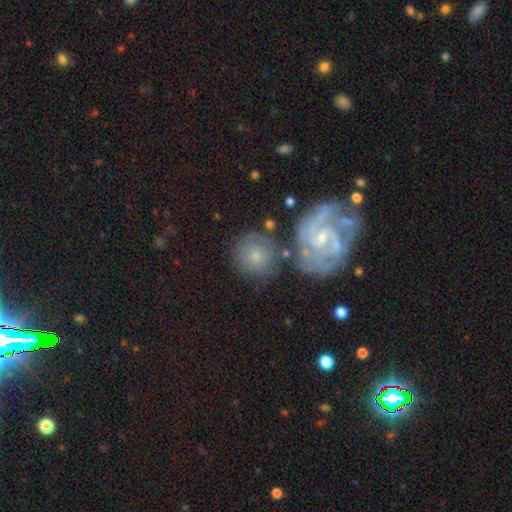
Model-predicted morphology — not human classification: Q: Smooth or featured?
A: smooth (46%); runner-up: featured or disk (45%)
Q: Merging?
A: none (66%); runner-up: merger (15%)